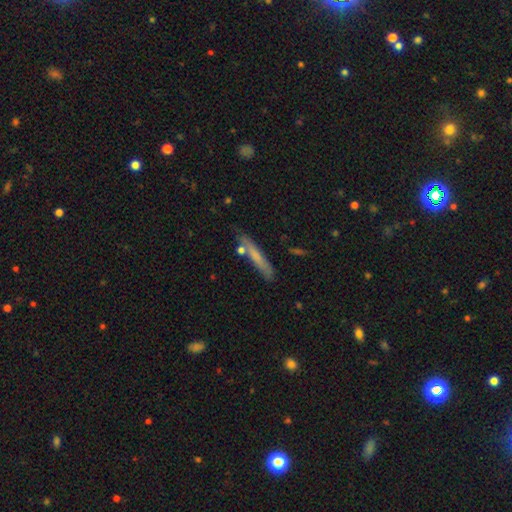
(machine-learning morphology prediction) Q: Smooth or featured?
A: smooth (65%); runner-up: featured or disk (28%)
Q: How rounded?
A: cigar-shaped (92%); runner-up: in between (6%)
Q: Merging?
A: none (77%); runner-up: minor disturbance (14%)